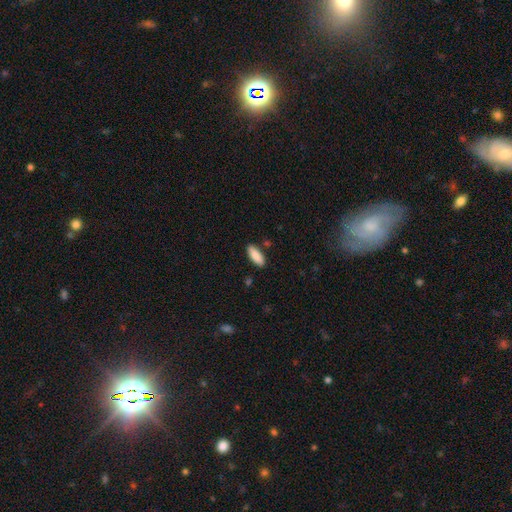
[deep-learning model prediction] This is clearly a smooth galaxy (88%). How rounded: likely in between (72%). Merging: clearly none (86%).